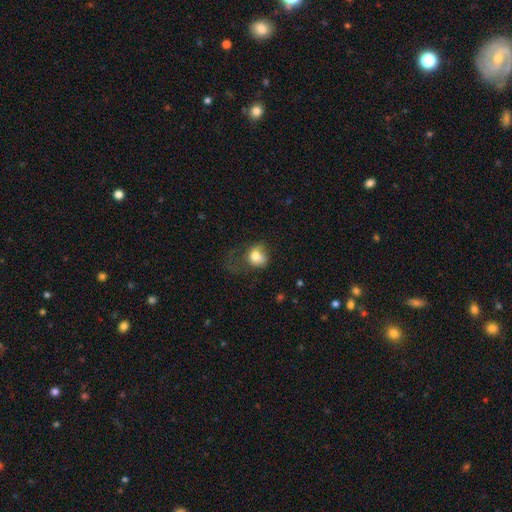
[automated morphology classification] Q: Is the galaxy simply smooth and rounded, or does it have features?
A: smooth — 77%.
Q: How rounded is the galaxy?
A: round — 55%.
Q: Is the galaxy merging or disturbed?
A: major disturbance — 47%.